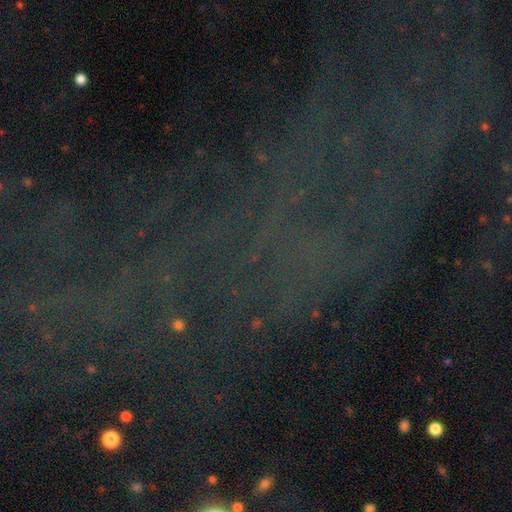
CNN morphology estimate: smooth-or-featured: star or artifact: 77% | featured or disk: 13% | smooth: 11%